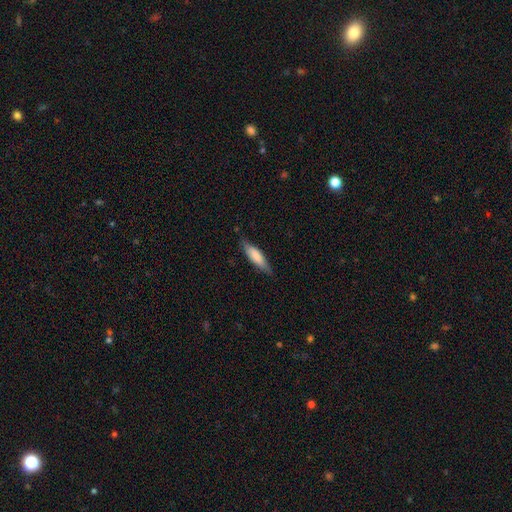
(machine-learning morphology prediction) Q: Smooth or featured?
A: smooth (77%); runner-up: featured or disk (18%)
Q: How rounded?
A: cigar-shaped (61%); runner-up: in between (38%)
Q: Merging?
A: none (79%); runner-up: minor disturbance (17%)